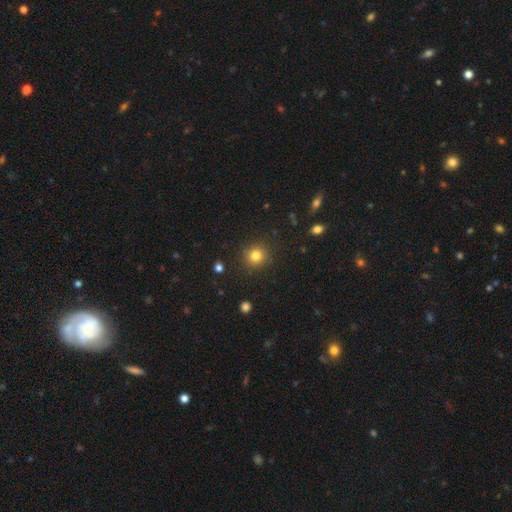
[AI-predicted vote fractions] A smooth galaxy with no disk features (80%) that is round (92%).

Vote fractions:
- Smooth or featured? smooth: 80% / star or artifact: 13% / featured or disk: 7%
- How rounded? round: 92% / in between: 7% / cigar-shaped: 1%
- Merging? none: 89% / minor disturbance: 7% / major disturbance: 3% / merger: 1%